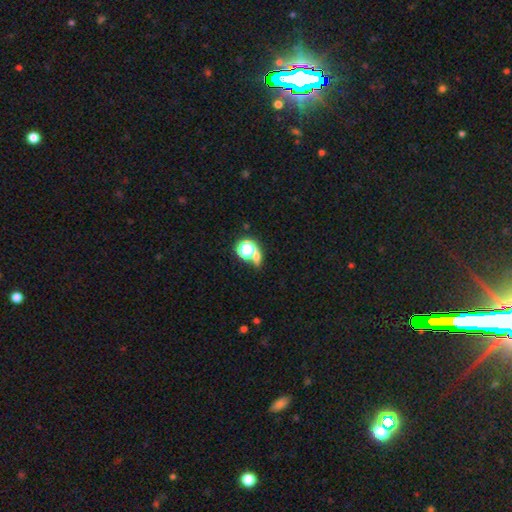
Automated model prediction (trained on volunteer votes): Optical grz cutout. It shows a smooth galaxy with no disk features (48%). Merging: none (51%).